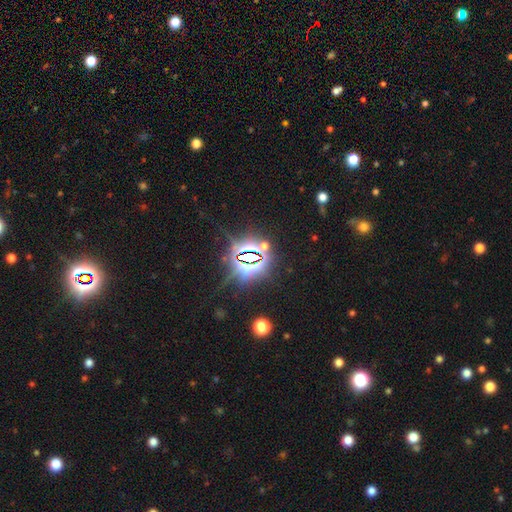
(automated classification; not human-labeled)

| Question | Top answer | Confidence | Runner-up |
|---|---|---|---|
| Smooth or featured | star or artifact | 82% | smooth (10%) |